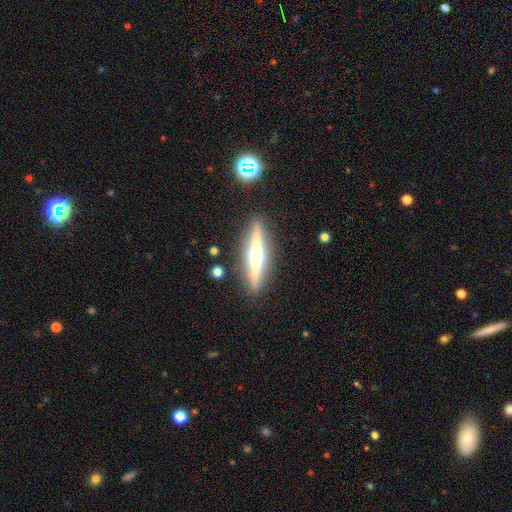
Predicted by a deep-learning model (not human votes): Smooth or featured: featured or disk — 74% (smooth — 20%)
Edge-on disk: yes — 97% (no — 3%)
Edge-on bulge: rounded — 83% (none — 9%)
Merging: none — 89% (minor disturbance — 7%)